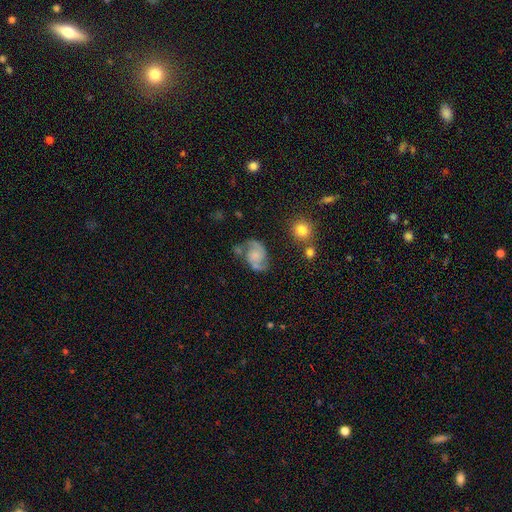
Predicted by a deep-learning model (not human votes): featured or disk 83%, smooth 11%, star or artifact 7%. Down the decision tree: edge-on disk — no (98%); bar — no (67%); spiral arms — yes (96%); spiral arm count — 2 (92%); spiral winding — medium (52%); bulge size — none (35%); merging — none (61%).